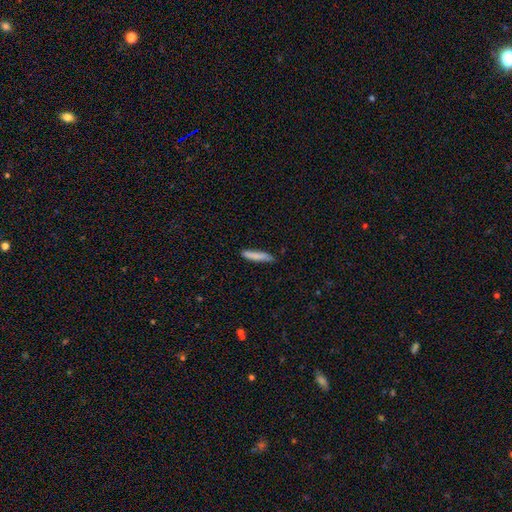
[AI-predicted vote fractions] Smooth or featured?
  - smooth: 83% *
  - featured or disk: 11%
  - star or artifact: 6%
How rounded?
  - cigar-shaped: 89% *
  - in between: 10%
  - round: 1%
Merging?
  - none: 82% *
  - minor disturbance: 14%
  - major disturbance: 2%
  - merger: 1%